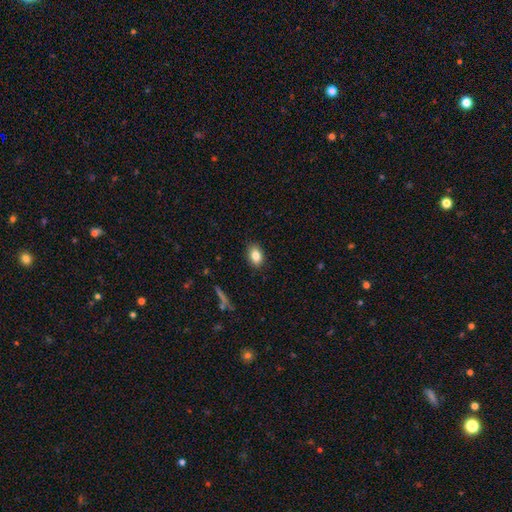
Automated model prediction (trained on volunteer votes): A smooth galaxy with no disk features (84%) that is in between round and cigar-shaped (84%). Merging: none (87%).